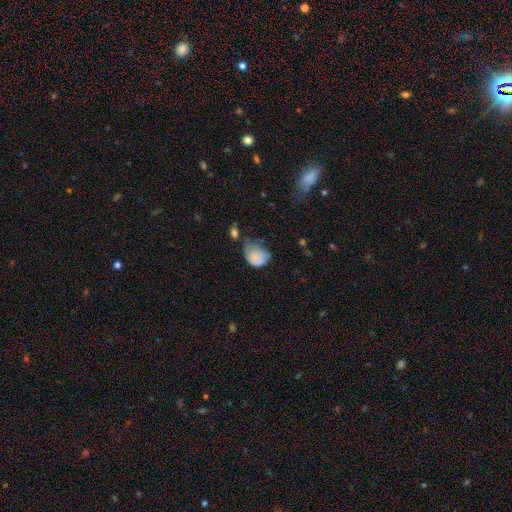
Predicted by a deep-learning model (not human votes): This is likely a smooth galaxy (73%). How rounded: possibly in between (58%). Merging: marginally minor disturbance (42%).